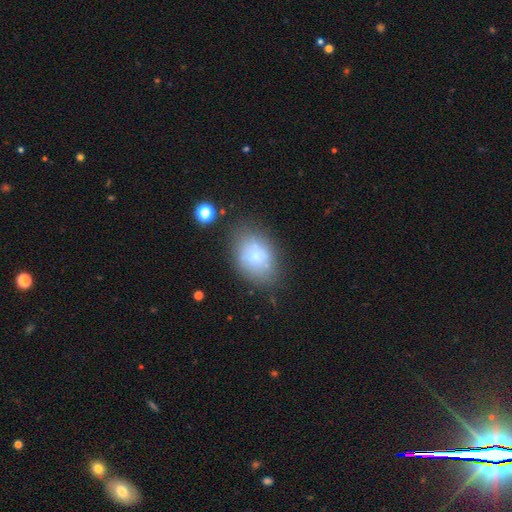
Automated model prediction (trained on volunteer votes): A smooth galaxy with no disk features (73%) that is in between round and cigar-shaped (79%).

Vote fractions:
- Smooth or featured? smooth: 73% / featured or disk: 18% / star or artifact: 10%
- How rounded? in between: 79% / round: 20% / cigar-shaped: 1%
- Merging? none: 63% / minor disturbance: 23% / major disturbance: 9% / merger: 5%